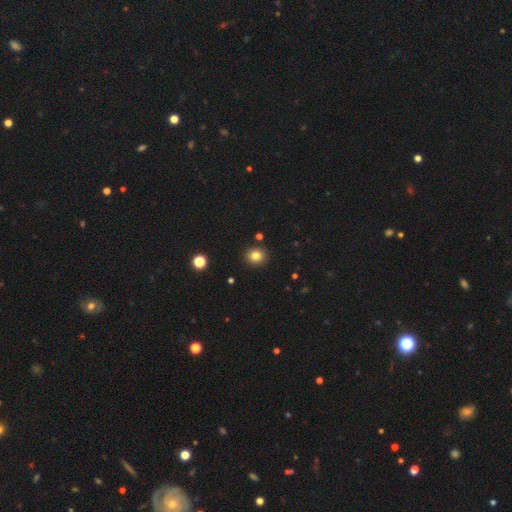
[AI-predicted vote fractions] Q: Smooth or featured?
A: smooth (82%); runner-up: star or artifact (12%)
Q: How rounded?
A: round (83%); runner-up: in between (16%)
Q: Merging?
A: none (90%); runner-up: minor disturbance (6%)